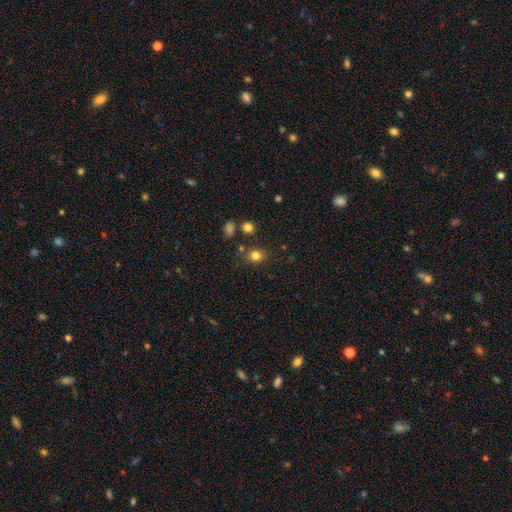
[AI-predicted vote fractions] This appears to be a smooth galaxy with no disk features (80%) that is round (73%). Merging: none (78%).